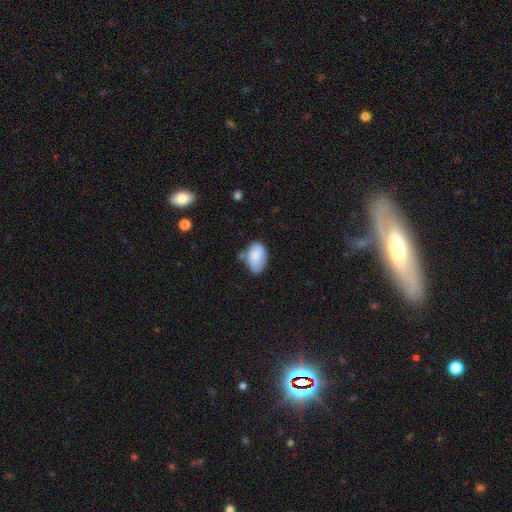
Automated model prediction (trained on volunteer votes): This appears to be a smooth galaxy with no disk features (83%) that is in between round and cigar-shaped (91%). Merging: none (51%).